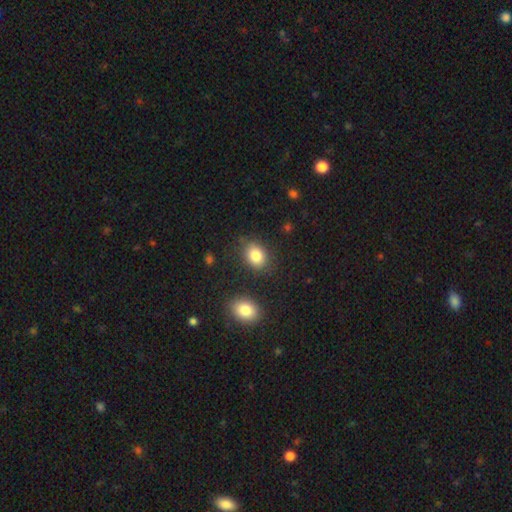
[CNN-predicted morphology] Q: Smooth or featured?
A: smooth (84%); runner-up: star or artifact (9%)
Q: How rounded?
A: in between (61%); runner-up: round (38%)
Q: Merging?
A: none (80%); runner-up: minor disturbance (12%)